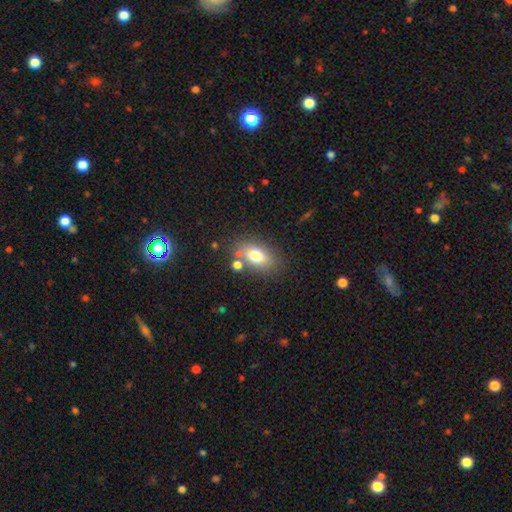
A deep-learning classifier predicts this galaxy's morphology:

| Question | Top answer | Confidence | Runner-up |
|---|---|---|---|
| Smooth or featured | smooth | 75% | featured or disk (14%) |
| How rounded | in between | 84% | round (14%) |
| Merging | none | 72% | minor disturbance (13%) |